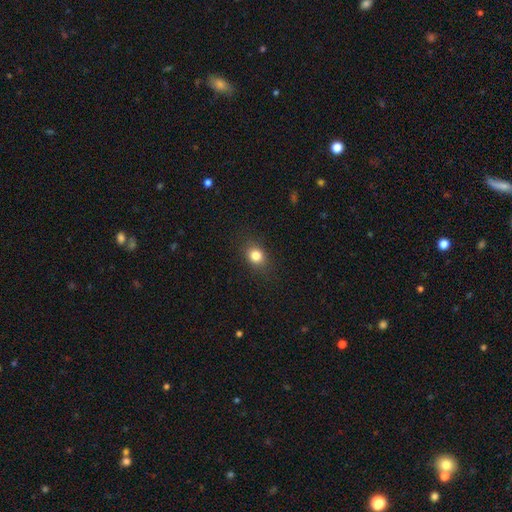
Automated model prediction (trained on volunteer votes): A smooth galaxy with no disk features (82%) that is round (57%). Merging: none (85%).